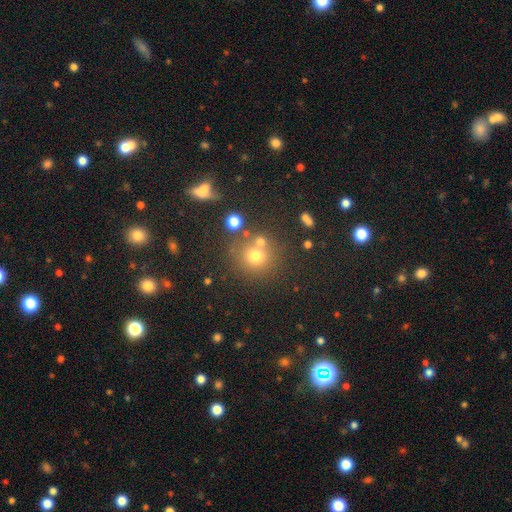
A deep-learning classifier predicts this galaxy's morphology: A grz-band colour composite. It shows a smooth galaxy with no disk features (70%) that is round (88%). Merging: none (66%).